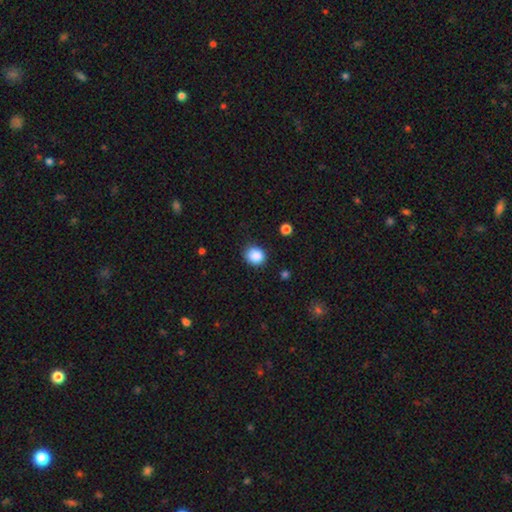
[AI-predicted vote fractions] Overall: smooth (88%). How rounded: round (73%). Merging: none (82%).